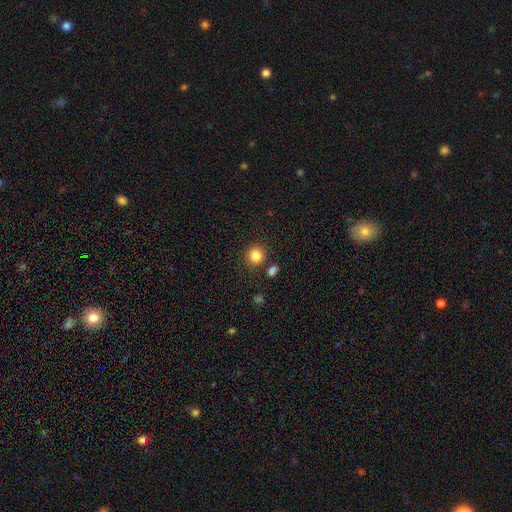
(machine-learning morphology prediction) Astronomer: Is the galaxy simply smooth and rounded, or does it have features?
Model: smooth — 84%.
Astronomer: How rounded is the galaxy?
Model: round — 91%.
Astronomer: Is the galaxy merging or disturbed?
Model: none — 85%.